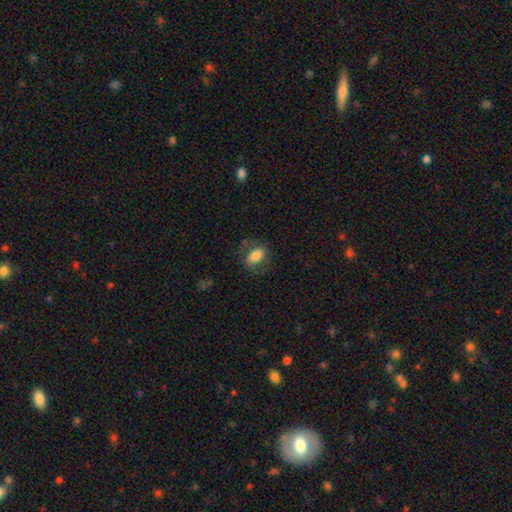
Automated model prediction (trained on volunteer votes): A smooth galaxy with no disk features (73%) that is in between round and cigar-shaped (84%).

Vote fractions:
- Smooth or featured? smooth: 73% / featured or disk: 19% / star or artifact: 8%
- How rounded? in between: 84% / round: 14% / cigar-shaped: 2%
- Merging? none: 66% / minor disturbance: 19% / major disturbance: 13% / merger: 2%